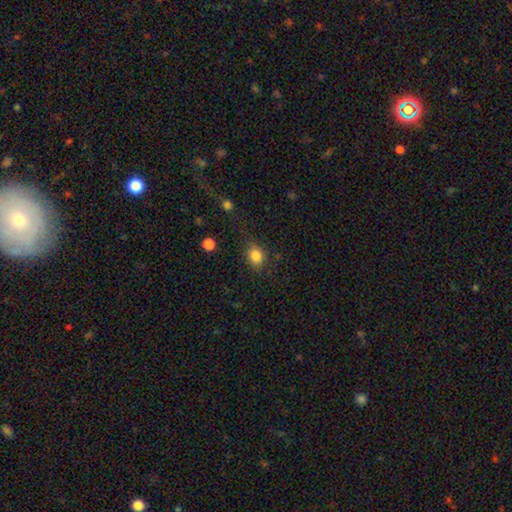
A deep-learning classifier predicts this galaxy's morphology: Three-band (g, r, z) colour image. It shows a smooth galaxy with no disk features (84%) that is round (57%). Merging: none (74%).